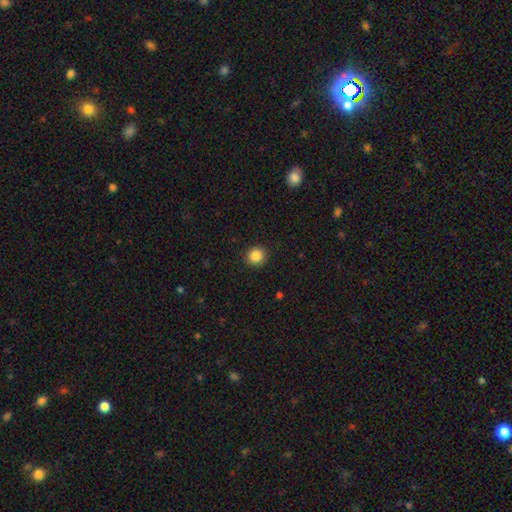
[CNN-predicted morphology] The model was most divided on "smooth or featured": smooth: 87%, star or artifact: 9%, featured or disk: 3%. More confident: how rounded — round (91%); merging — none (91%).